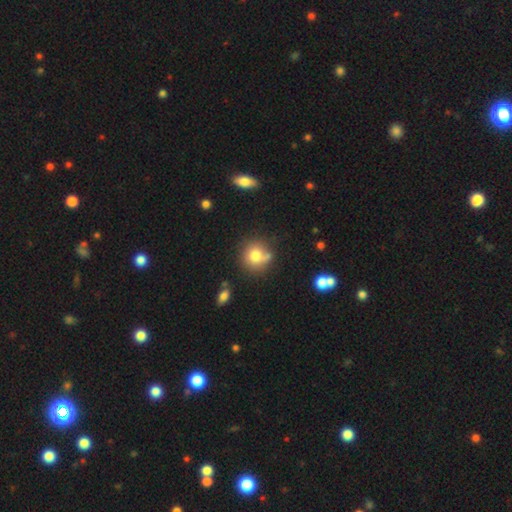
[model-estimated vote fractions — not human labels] A smooth galaxy with no disk features (77%) that is round (88%).

Vote fractions:
- Smooth or featured? smooth: 77% / featured or disk: 12% / star or artifact: 11%
- How rounded? round: 88% / in between: 11% / cigar-shaped: 1%
- Merging? none: 62% / minor disturbance: 17% / merger: 15% / major disturbance: 6%